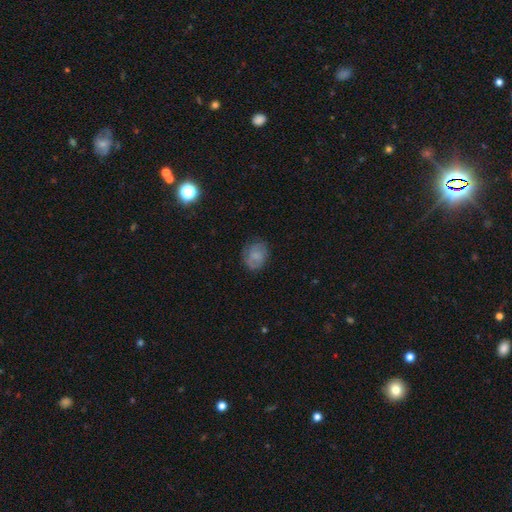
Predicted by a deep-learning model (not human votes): Q: Smooth or featured?
A: smooth (66%); runner-up: featured or disk (24%)
Q: How rounded?
A: round (61%); runner-up: in between (38%)
Q: Merging?
A: none (70%); runner-up: minor disturbance (21%)